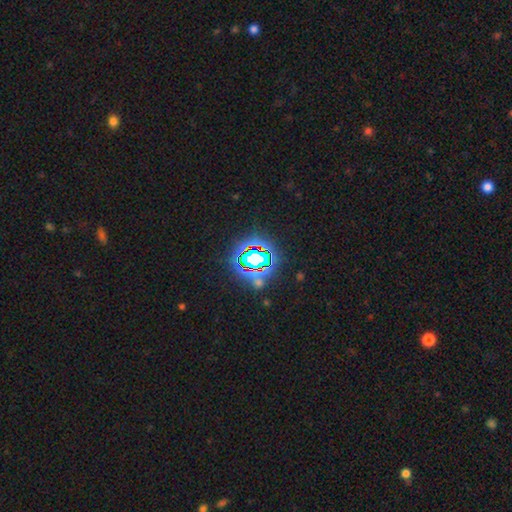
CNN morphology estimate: Overall: star or artifact (76%).